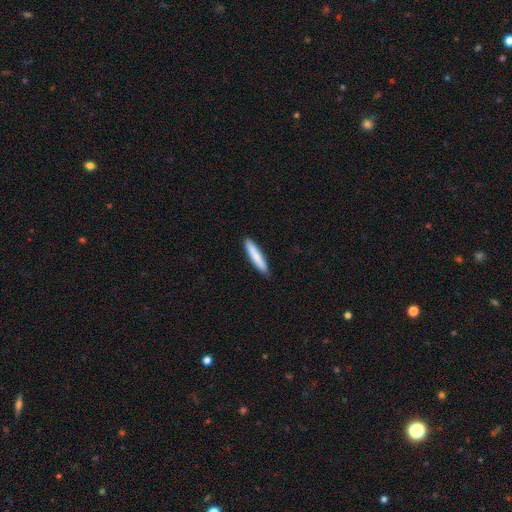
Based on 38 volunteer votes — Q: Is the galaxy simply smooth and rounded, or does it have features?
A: smooth — 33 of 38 (87%).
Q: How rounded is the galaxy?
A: cigar-shaped — 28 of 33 (85%).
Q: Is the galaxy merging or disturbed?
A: none — 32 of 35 (91%).